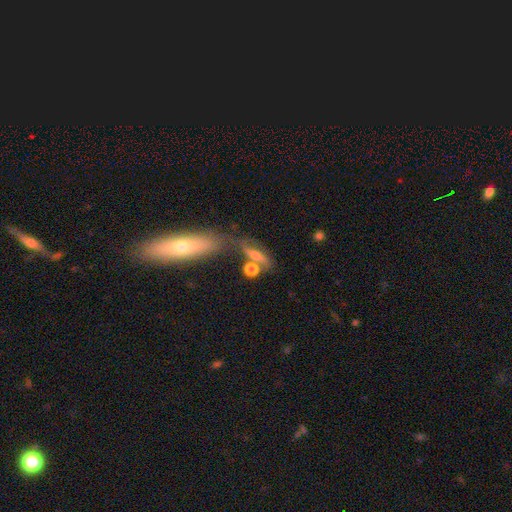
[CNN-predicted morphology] Overall: smooth (52%; featured or disk 35%). How rounded: cigar-shaped (43%; in between 42%). Merging: none (49%; merger 26%).